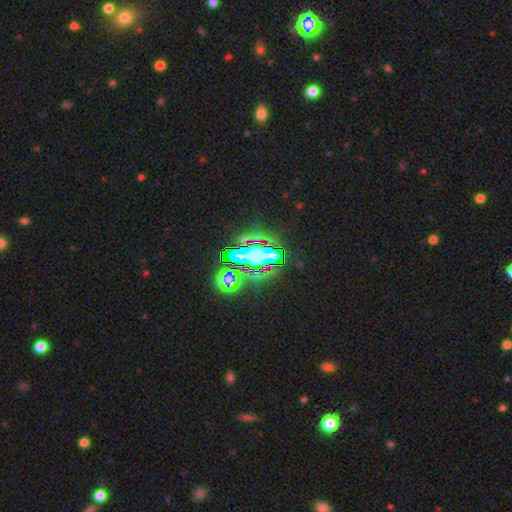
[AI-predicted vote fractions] star or artifact 71%, smooth 18%, featured or disk 11%.